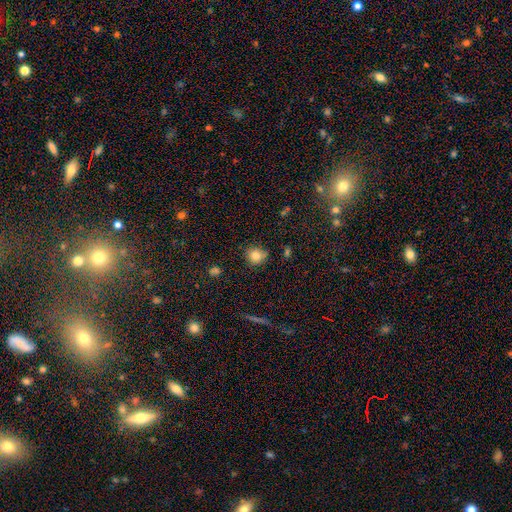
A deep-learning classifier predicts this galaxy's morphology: Overall: smooth (81%). How rounded: round (88%). Merging: none (78%).